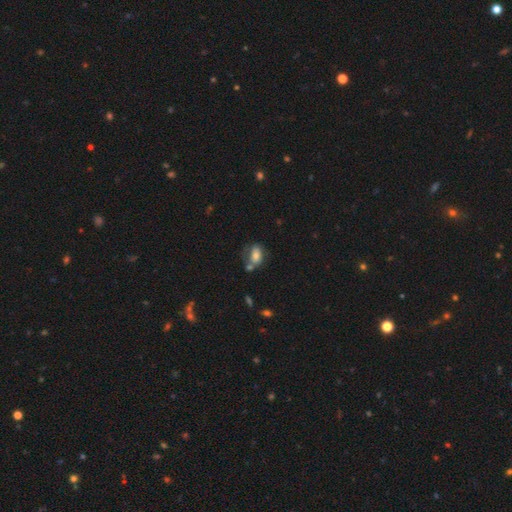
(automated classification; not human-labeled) Smooth or featured?
  - smooth: 67% *
  - featured or disk: 24%
  - star or artifact: 9%
How rounded?
  - in between: 85% *
  - round: 12%
  - cigar-shaped: 3%
Merging?
  - none: 43% *
  - merger: 25%
  - minor disturbance: 21%
  - major disturbance: 11%